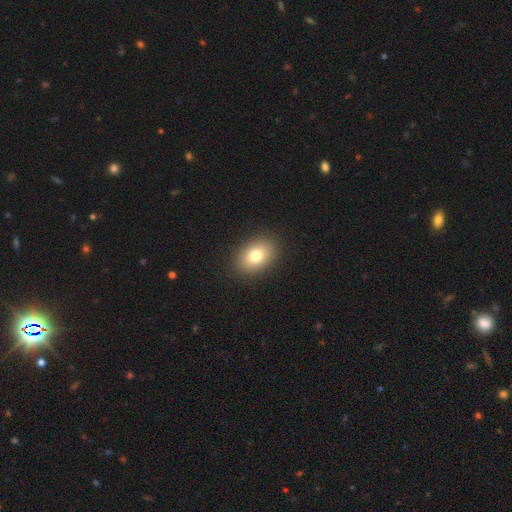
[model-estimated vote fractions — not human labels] This is likely a smooth galaxy (79%). How rounded: likely in between (76%). Merging: clearly none (89%).